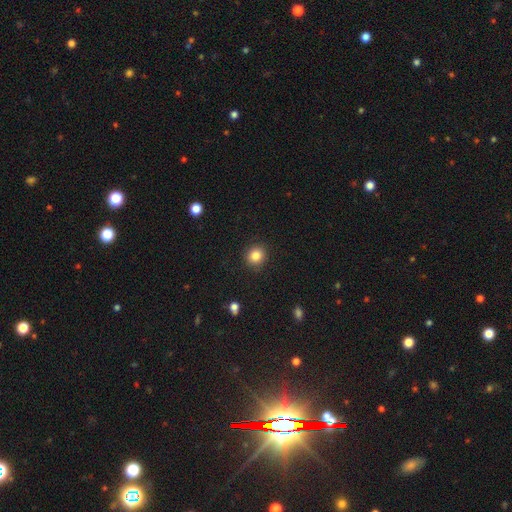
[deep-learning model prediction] This is clearly a smooth galaxy (84%). How rounded: clearly round (87%). Merging: clearly none (91%).